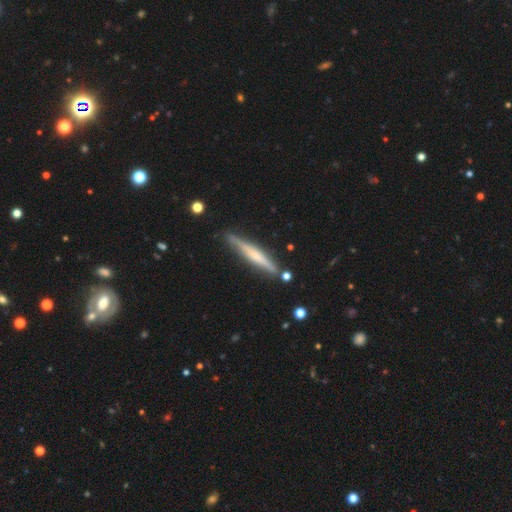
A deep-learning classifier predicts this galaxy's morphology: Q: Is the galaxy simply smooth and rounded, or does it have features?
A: featured or disk — 54%.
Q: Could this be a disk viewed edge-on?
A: yes — 96%.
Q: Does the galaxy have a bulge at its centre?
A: rounded — 43%.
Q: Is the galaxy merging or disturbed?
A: none — 83%.